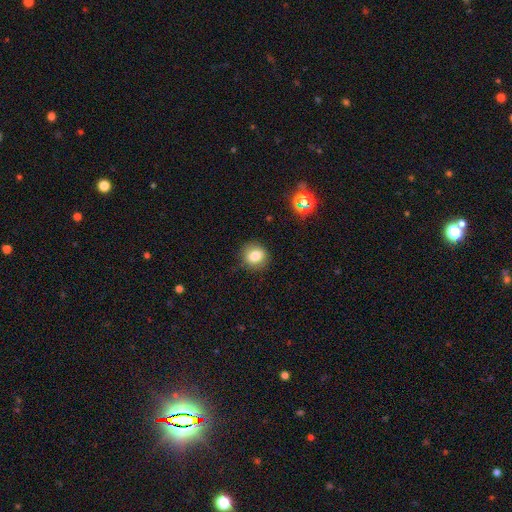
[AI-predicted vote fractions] Q: Smooth or featured?
A: smooth (81%); runner-up: star or artifact (11%)
Q: How rounded?
A: round (80%); runner-up: in between (19%)
Q: Merging?
A: none (84%); runner-up: minor disturbance (11%)